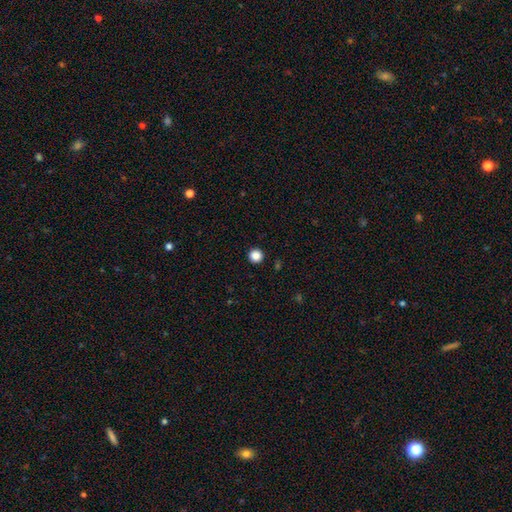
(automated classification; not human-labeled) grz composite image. It shows a smooth galaxy with no disk features (86%) that is round (96%). Merging: none (94%).